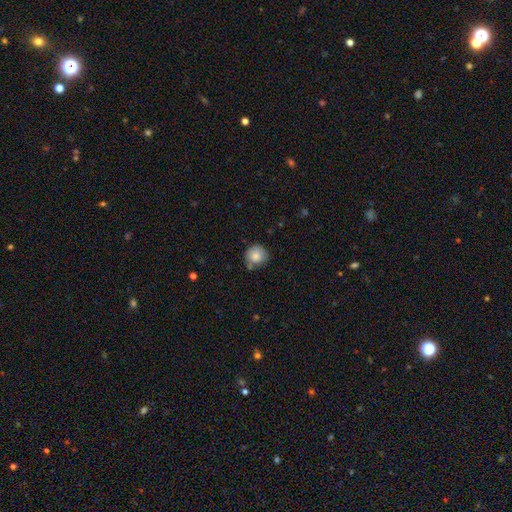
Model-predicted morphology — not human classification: Q: Smooth or featured?
A: smooth (83%); runner-up: star or artifact (9%)
Q: How rounded?
A: round (91%); runner-up: in between (8%)
Q: Merging?
A: none (72%); runner-up: minor disturbance (18%)